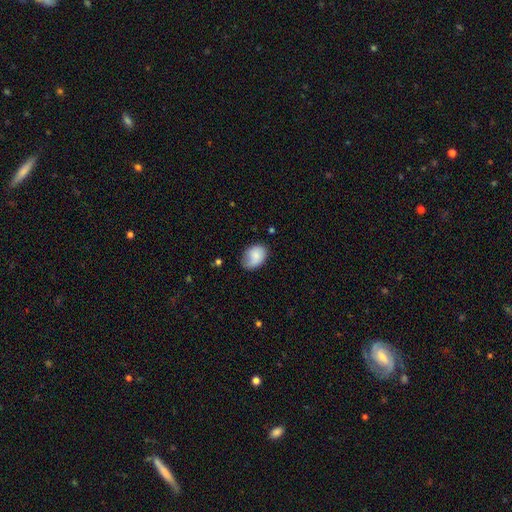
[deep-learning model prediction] Smooth or featured? Predicted: smooth (p=0.78). How rounded? Predicted: in between (p=0.75). Merging? Predicted: none (p=0.56).